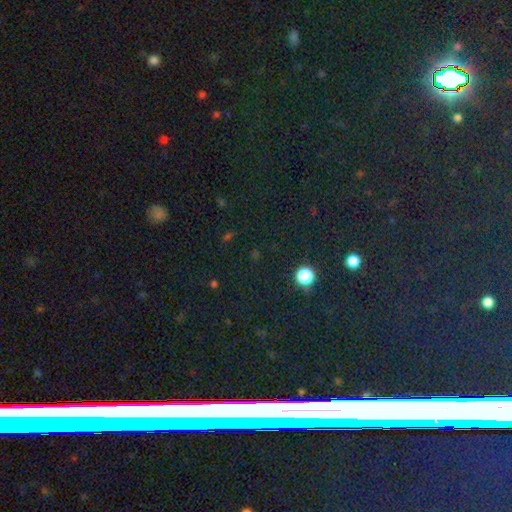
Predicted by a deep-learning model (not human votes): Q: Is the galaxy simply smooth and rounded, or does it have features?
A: star or artifact — 74%.